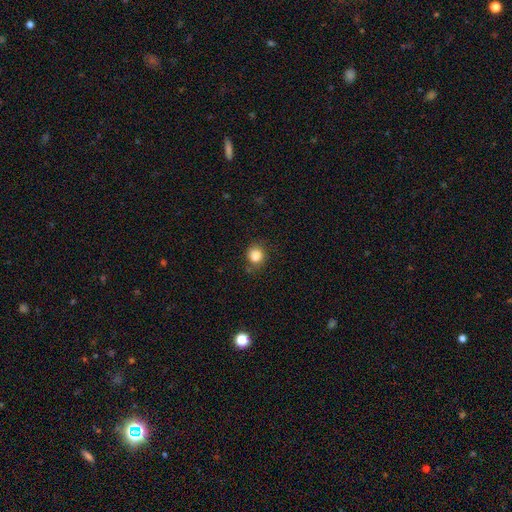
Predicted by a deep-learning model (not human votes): smooth_or_featured: smooth (p=0.85) [alt: star or artifact p=0.10]
how_rounded: round (p=0.83) [alt: in between p=0.16]
merging: none (p=0.77) [alt: minor disturbance p=0.16]